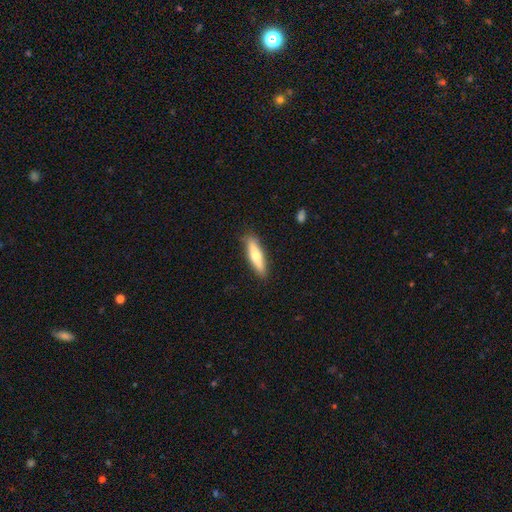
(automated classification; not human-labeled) Q: Smooth or featured?
A: smooth (59%); runner-up: featured or disk (36%)
Q: How rounded?
A: cigar-shaped (74%); runner-up: in between (24%)
Q: Merging?
A: none (87%); runner-up: minor disturbance (9%)